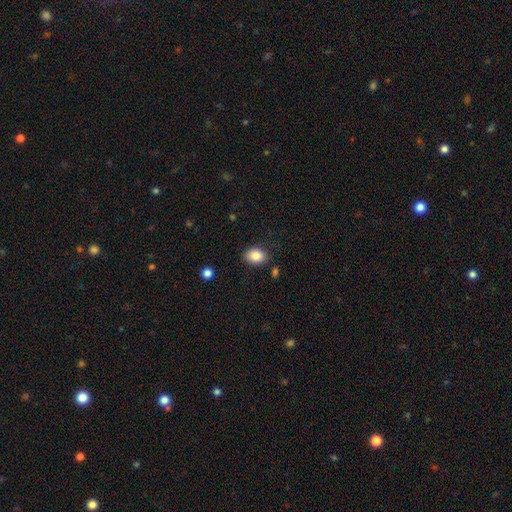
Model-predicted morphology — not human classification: Smooth or featured: smooth — 85% (star or artifact — 8%)
How rounded: in between — 68% (round — 31%)
Merging: none — 83% (minor disturbance — 11%)